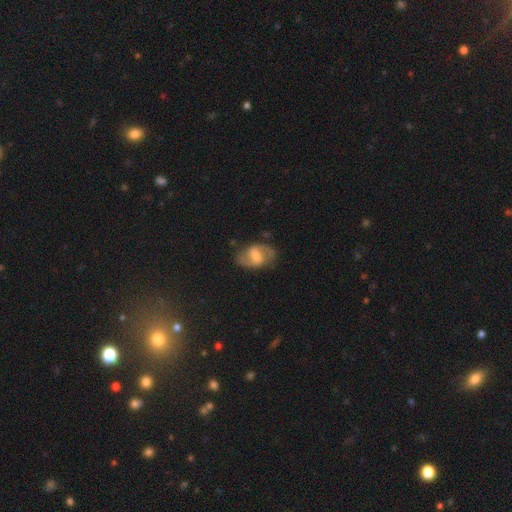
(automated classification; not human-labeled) featured or disk 68%, smooth 25%, star or artifact 6%. Down the decision tree: edge-on disk — no (96%); bar — weak (51%); spiral arms — yes (84%); spiral arm count — 2 (88%); spiral winding — medium (50%); bulge size — moderate (51%); merging — none (75%).